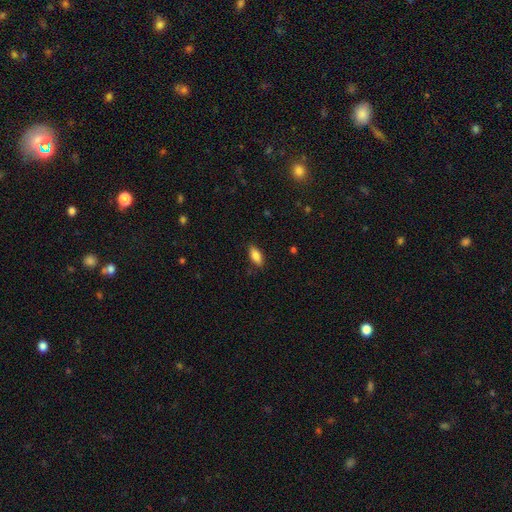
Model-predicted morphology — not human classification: Overall: smooth (86%). How rounded: in between (85%). Merging: none (86%).